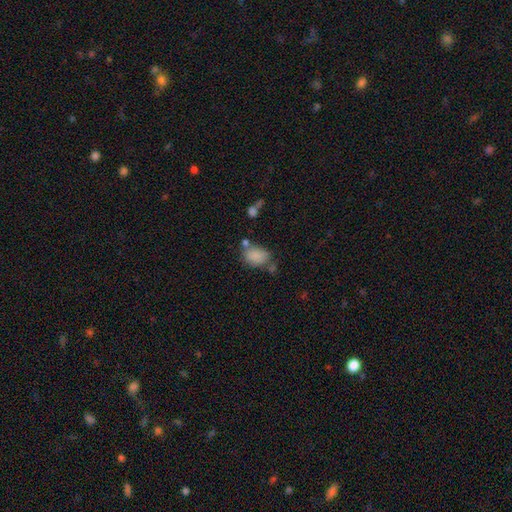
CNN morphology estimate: smooth-or-featured: smooth: 83% | star or artifact: 10% | featured or disk: 7%
  how-rounded: in between: 75% | round: 24% | cigar-shaped: 1%
  merging: none: 55% | minor disturbance: 20% | merger: 17% | major disturbance: 8%